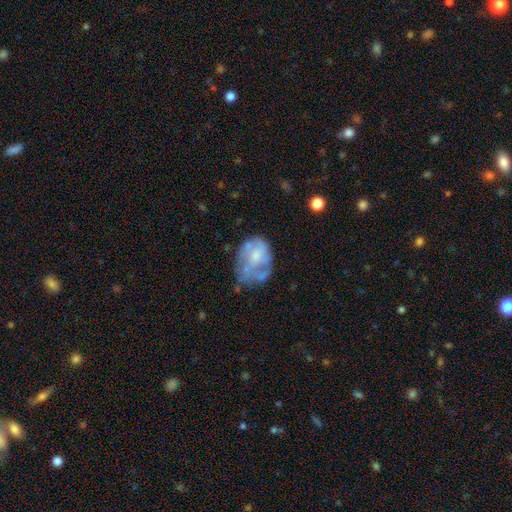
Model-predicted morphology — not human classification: Q: Smooth or featured?
A: featured or disk (53%); runner-up: smooth (38%)
Q: Edge-on disk?
A: no (97%); runner-up: yes (3%)
Q: Bar?
A: no (80%); runner-up: weak (18%)
Q: Spiral arms?
A: no (66%); runner-up: yes (34%)
Q: Bulge size?
A: small (39%); runner-up: moderate (37%)
Q: Merging?
A: none (37%); runner-up: minor disturbance (29%)